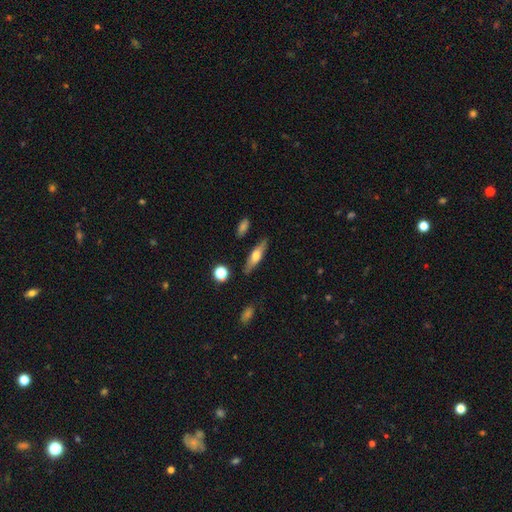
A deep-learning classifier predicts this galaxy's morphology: Smooth or featured? smooth (50%)
How rounded? cigar-shaped (63%)
Merging? none (85%)